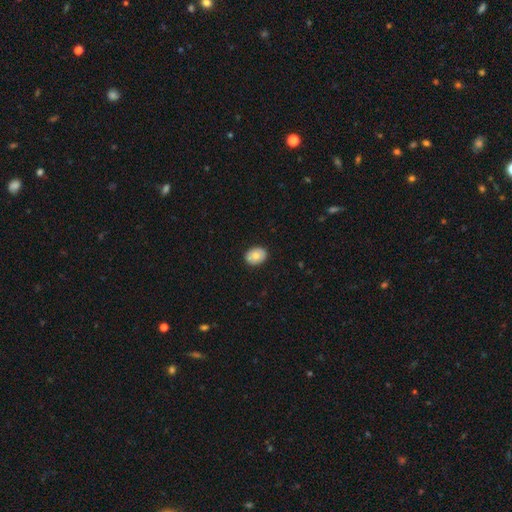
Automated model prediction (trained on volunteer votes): Morphology: type=smooth (77%); roundness=in between (69%); merging=none (89%).